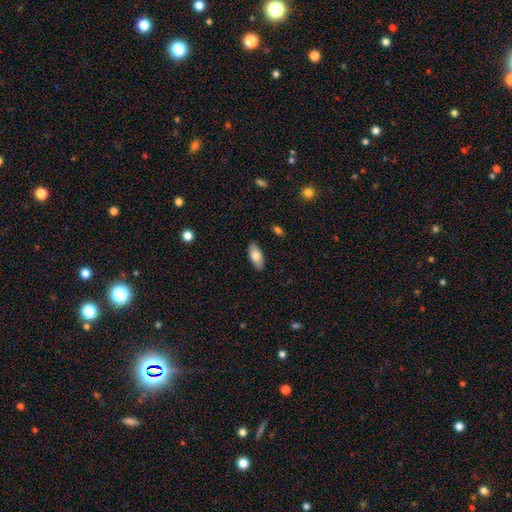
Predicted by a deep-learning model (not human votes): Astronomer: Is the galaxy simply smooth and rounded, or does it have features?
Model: smooth — 77%.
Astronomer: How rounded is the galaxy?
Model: in between — 87%.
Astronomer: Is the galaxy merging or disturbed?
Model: none — 88%.